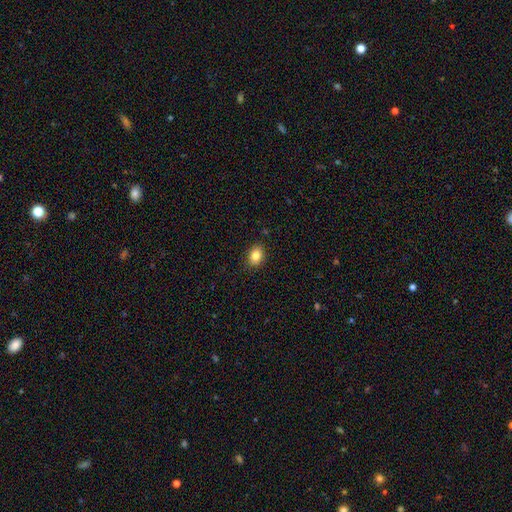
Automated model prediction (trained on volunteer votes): The model was most divided on "how rounded": in between: 70%, round: 29%, cigar-shaped: 1%. More confident: merging — none (88%); smooth or featured — smooth (84%).